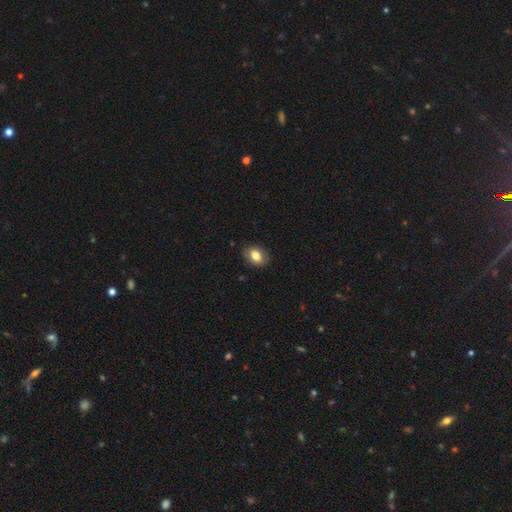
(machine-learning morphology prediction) smooth-or-featured: smooth: 80% | featured or disk: 12% | star or artifact: 8%
  how-rounded: in between: 75% | round: 23% | cigar-shaped: 1%
  merging: none: 86% | minor disturbance: 10% | major disturbance: 2% | merger: 1%